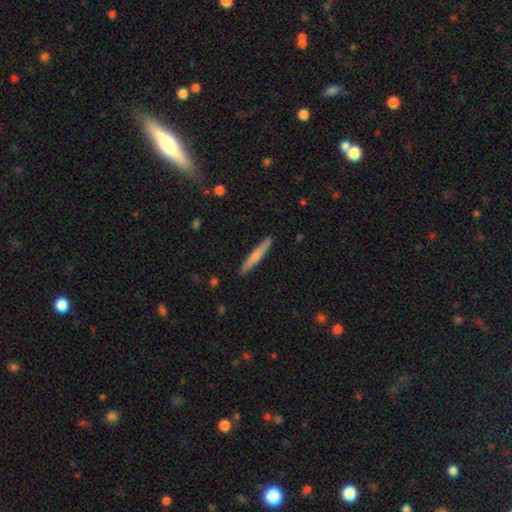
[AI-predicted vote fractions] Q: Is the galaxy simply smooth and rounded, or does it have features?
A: smooth — 65%.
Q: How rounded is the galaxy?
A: cigar-shaped — 94%.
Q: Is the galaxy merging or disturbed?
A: none — 90%.